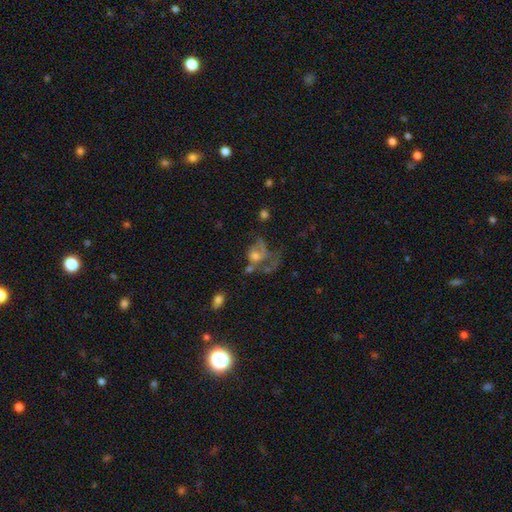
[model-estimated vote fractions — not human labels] The model was most divided on "smooth or featured": featured or disk: 45%, smooth: 41%, star or artifact: 14%. Remaining: merging — major disturbance (49%).